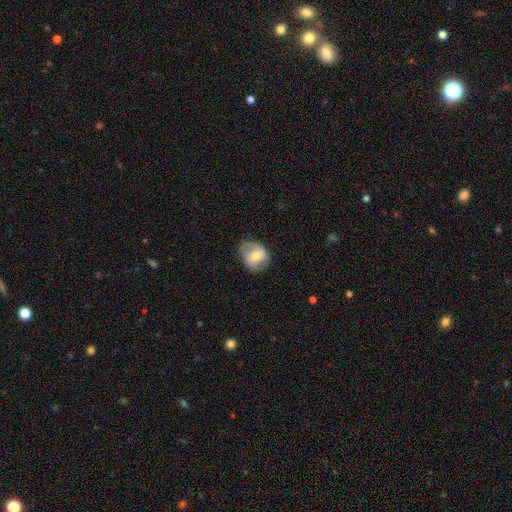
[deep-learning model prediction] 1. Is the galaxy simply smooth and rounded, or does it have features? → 49% smooth, 44% featured or disk, 7% star or artifact.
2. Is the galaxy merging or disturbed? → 66% none, 24% minor disturbance, 9% major disturbance, 1% merger.